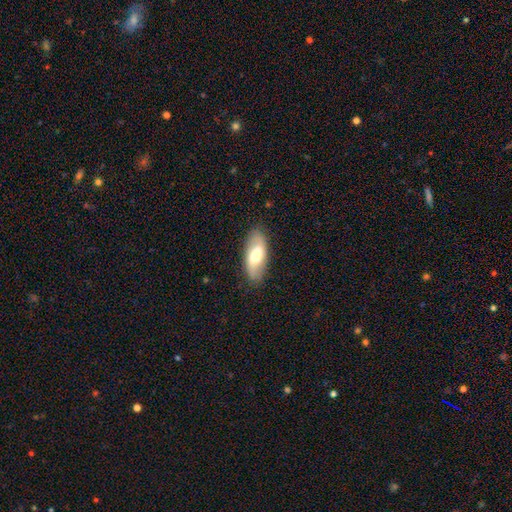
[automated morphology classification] Smooth or featured? smooth (56%)
How rounded? in between (84%)
Merging? none (85%)